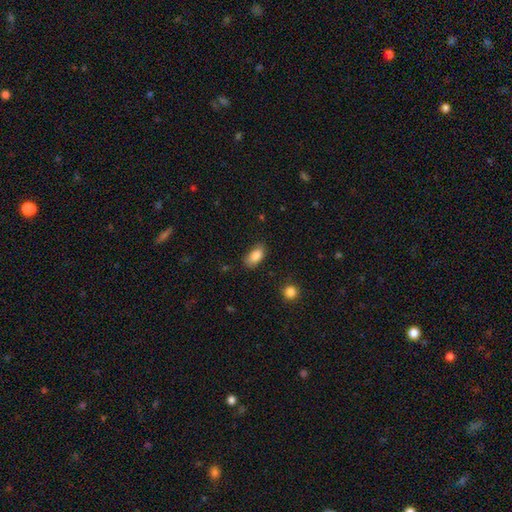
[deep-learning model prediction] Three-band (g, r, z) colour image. It shows a smooth galaxy with no disk features (87%) that is in between round and cigar-shaped (92%). Merging: none (79%).